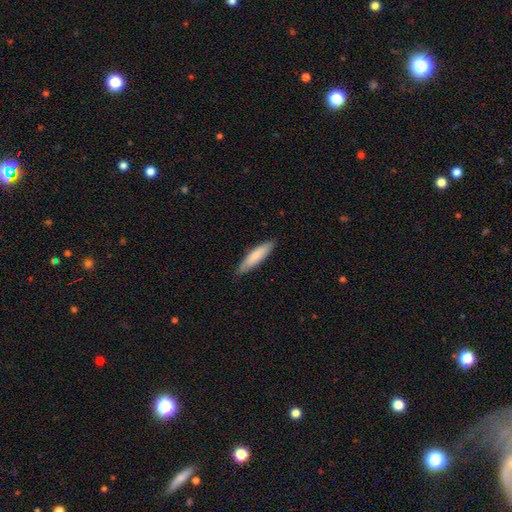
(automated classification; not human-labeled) Overall: smooth (80%). How rounded: cigar-shaped (76%). Merging: none (86%).